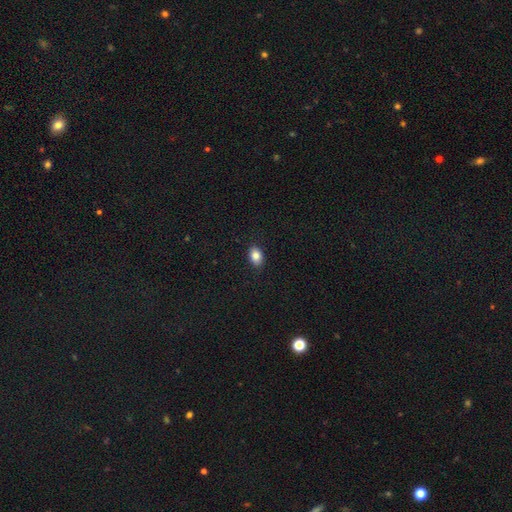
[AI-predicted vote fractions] Morphology: type=smooth (85%); roundness=in between (79%); merging=none (89%).